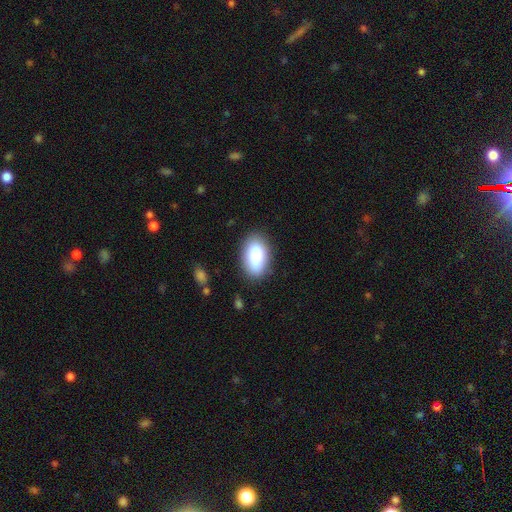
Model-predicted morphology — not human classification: smooth 86%, star or artifact 7%, featured or disk 7%. Down the decision tree: how rounded — in between (93%); merging — none (84%).